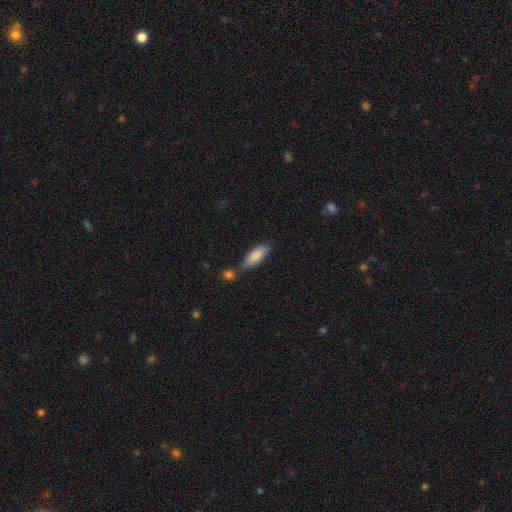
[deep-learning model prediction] smooth_or_featured: smooth (p=0.85) [alt: featured or disk p=0.09]
how_rounded: in between (p=0.68) [alt: cigar-shaped p=0.30]
merging: none (p=0.56) [alt: minor disturbance p=0.20]